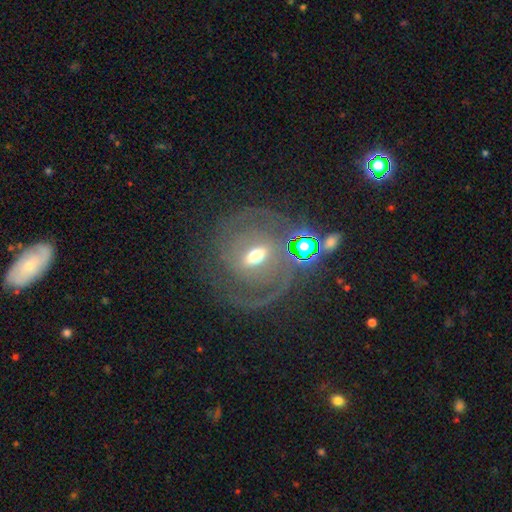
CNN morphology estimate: smooth_or_featured: featured or disk (p=0.69) [alt: smooth p=0.18]
disk_edge_on: no (p=0.93) [alt: yes p=0.07]
bar: strong (p=0.38) [alt: weak p=0.37]
has_spiral_arms: yes (p=0.75) [alt: no p=0.25]
bulge_size: moderate (p=0.64) [alt: small p=0.21]
merging: none (p=0.61) [alt: major disturbance p=0.18]